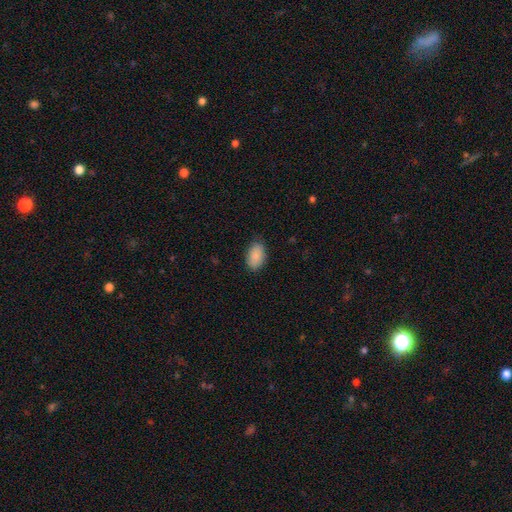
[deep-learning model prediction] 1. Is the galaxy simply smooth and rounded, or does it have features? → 88% smooth, 6% star or artifact, 6% featured or disk.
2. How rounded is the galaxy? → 92% in between, 7% round, 1% cigar-shaped.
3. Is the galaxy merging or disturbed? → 82% none, 14% minor disturbance, 3% major disturbance, 1% merger.